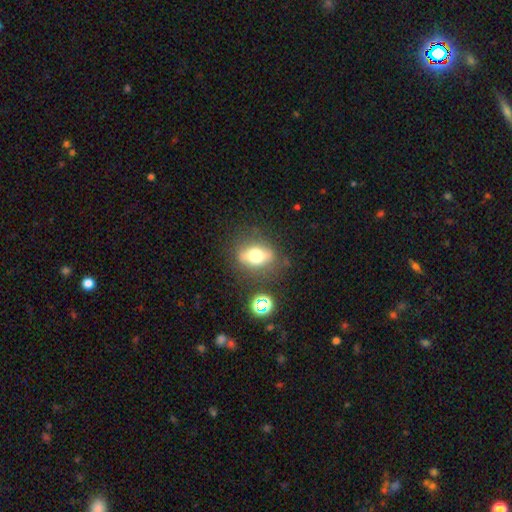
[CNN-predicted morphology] Overall: smooth (56%; featured or disk 32%). How rounded: in between (67%; round 27%). Merging: none (75%).